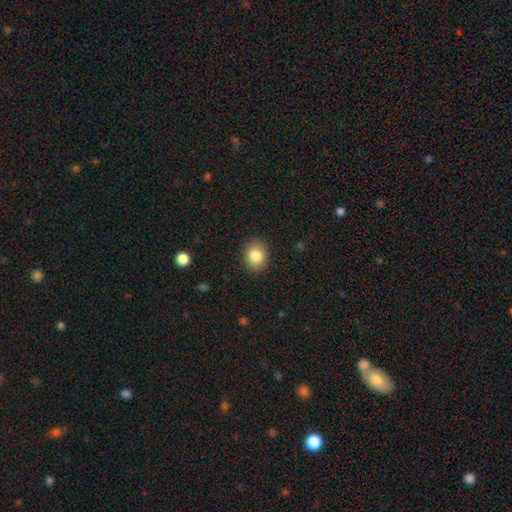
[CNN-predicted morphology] Q: Smooth or featured?
A: smooth (84%); runner-up: star or artifact (9%)
Q: How rounded?
A: round (56%); runner-up: in between (43%)
Q: Merging?
A: none (88%); runner-up: minor disturbance (9%)